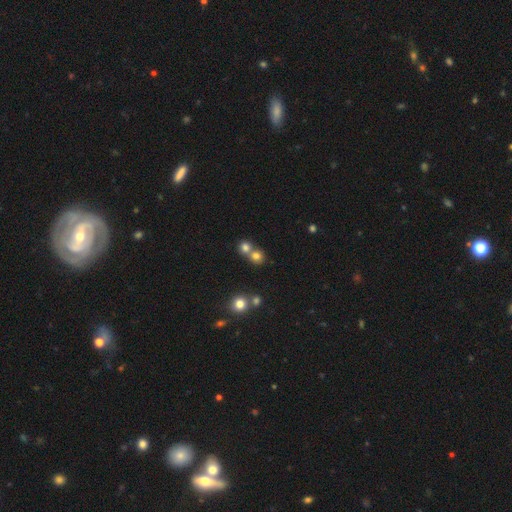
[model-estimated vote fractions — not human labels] Smooth or featured?
  - smooth: 77% *
  - star or artifact: 15%
  - featured or disk: 8%
How rounded?
  - round: 88% *
  - in between: 11%
  - cigar-shaped: 1%
Merging?
  - none: 51% *
  - merger: 41%
  - minor disturbance: 6%
  - major disturbance: 2%